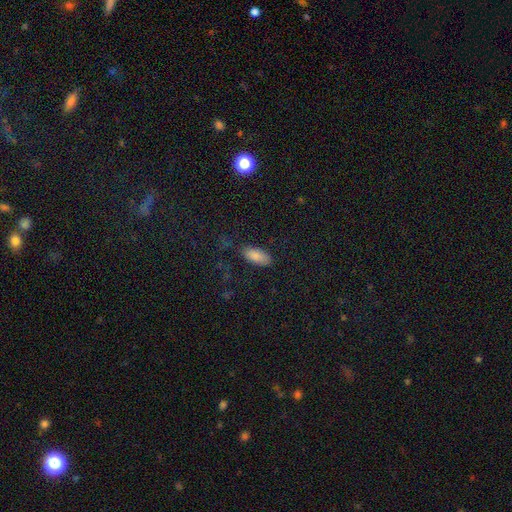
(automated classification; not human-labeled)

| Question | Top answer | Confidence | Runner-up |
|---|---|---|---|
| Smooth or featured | smooth | 86% | star or artifact (8%) |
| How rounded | in between | 87% | cigar-shaped (11%) |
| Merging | none | 79% | minor disturbance (14%) |